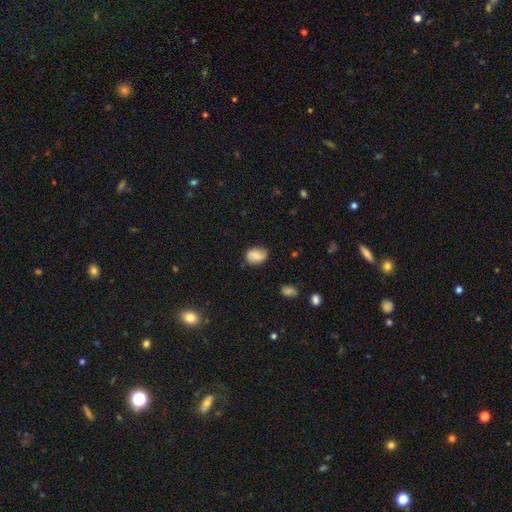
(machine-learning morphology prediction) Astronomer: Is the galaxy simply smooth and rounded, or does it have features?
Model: smooth — 66%.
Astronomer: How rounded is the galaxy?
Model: in between — 70%.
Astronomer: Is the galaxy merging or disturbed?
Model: none — 75%.